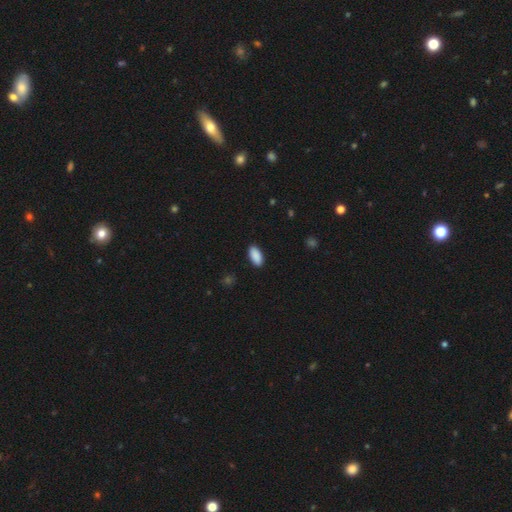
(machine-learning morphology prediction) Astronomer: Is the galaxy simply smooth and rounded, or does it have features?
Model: smooth — 91%.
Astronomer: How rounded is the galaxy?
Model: in between — 92%.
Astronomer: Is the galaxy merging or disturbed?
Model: none — 90%.